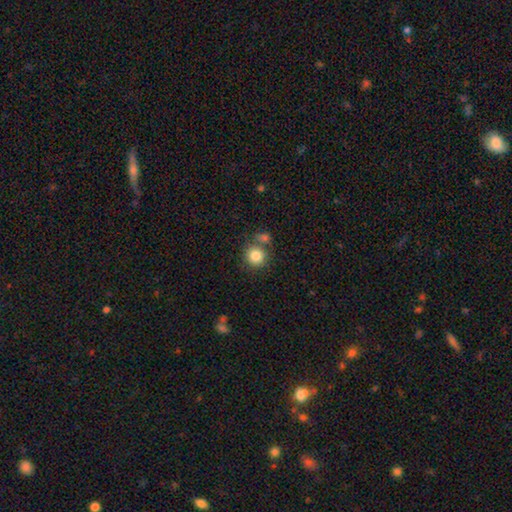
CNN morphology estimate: Smooth or featured? Predicted: smooth (p=0.84). How rounded? Predicted: round (p=0.90). Merging? Predicted: none (p=0.64).